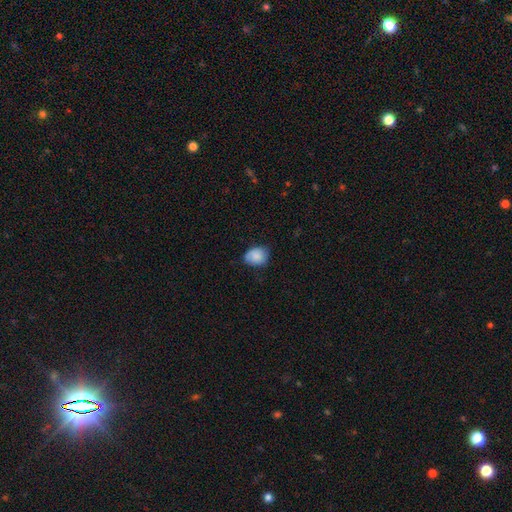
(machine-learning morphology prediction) Smooth or featured? smooth (85%)
How rounded? in between (56%)
Merging? none (66%)